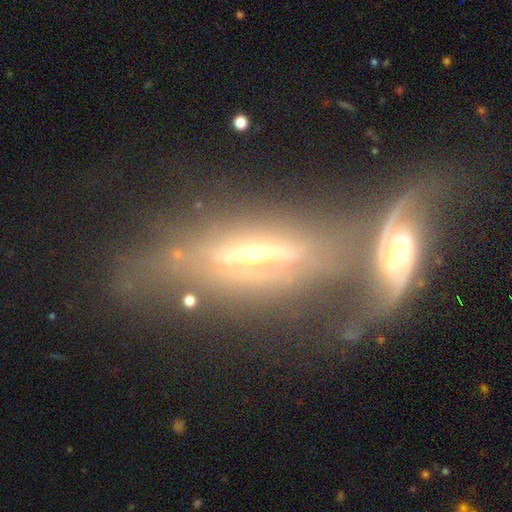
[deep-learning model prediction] smooth-or-featured: featured or disk: 77% | smooth: 16% | star or artifact: 7%
  disk-edge-on: yes: 58% | no: 42%
  merging: merger: 56% | none: 22% | major disturbance: 11% | minor disturbance: 11%